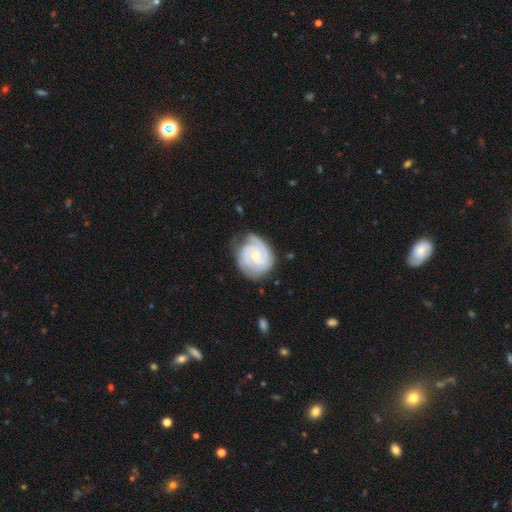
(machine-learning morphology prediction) This is clearly a featured or disk galaxy (83%). It is clearly not viewed edge-on (98%). Bar: likely no (70%). Spiral arm pattern: clearly yes (96%). Spiral arm count: marginally 2 (39%). Spiral winding: likely tight (69%). Central bulge: possibly small (60%). Merging: likely none (69%).